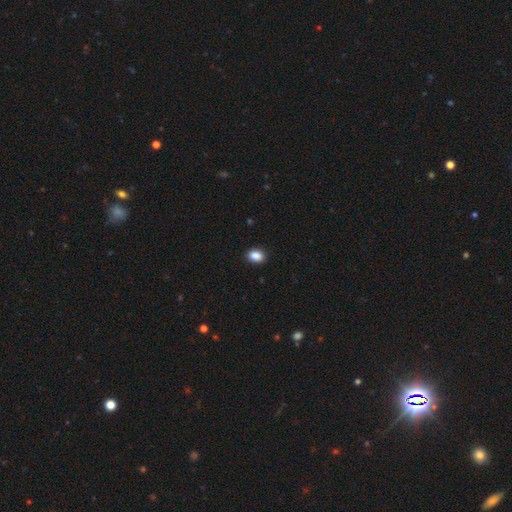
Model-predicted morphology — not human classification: Overall: smooth (89%). How rounded: in between (71%). Merging: none (90%).